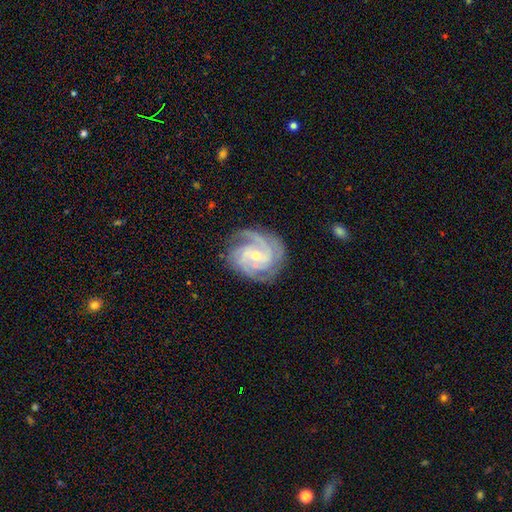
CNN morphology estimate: type=featured or disk (91%); edge-on=no (98%); bar=no (49%); spiral arms=yes (98%); winding=tight (58%); arm count=3 (48%); bulge=small (65%); merging=none (78%).